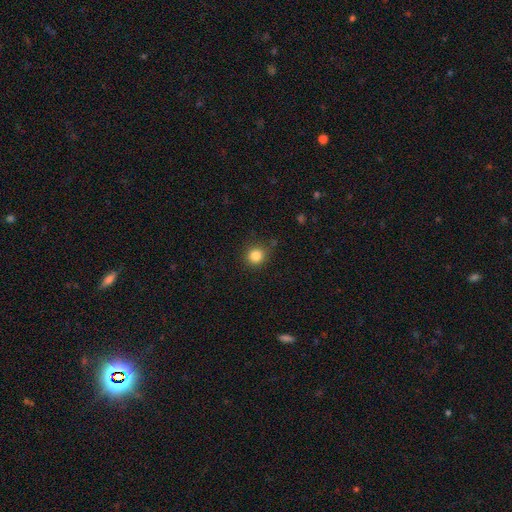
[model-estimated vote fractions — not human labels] A smooth galaxy with no disk features (84%) that is round (92%).

Vote fractions:
- Smooth or featured? smooth: 84% / star or artifact: 11% / featured or disk: 4%
- How rounded? round: 92% / in between: 7% / cigar-shaped: 1%
- Merging? none: 85% / minor disturbance: 10% / major disturbance: 3% / merger: 2%